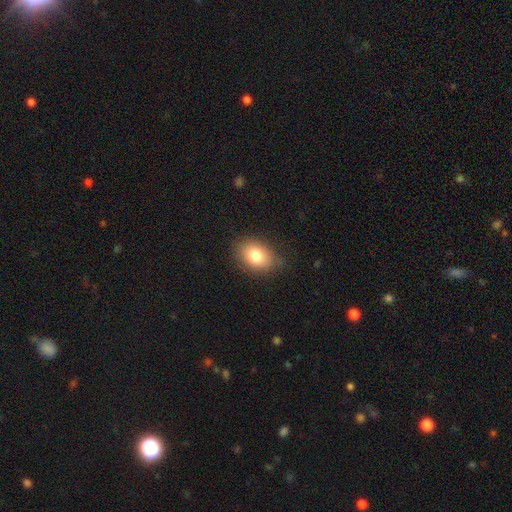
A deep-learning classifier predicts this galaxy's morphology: Q: Smooth or featured?
A: smooth (80%); runner-up: featured or disk (11%)
Q: How rounded?
A: in between (72%); runner-up: round (27%)
Q: Merging?
A: none (77%); runner-up: minor disturbance (18%)